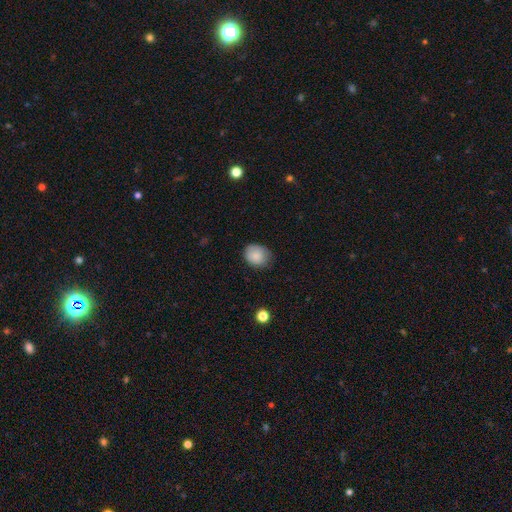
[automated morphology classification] Q: Smooth or featured?
A: smooth (85%); runner-up: star or artifact (8%)
Q: How rounded?
A: round (55%); runner-up: in between (44%)
Q: Merging?
A: none (71%); runner-up: minor disturbance (23%)